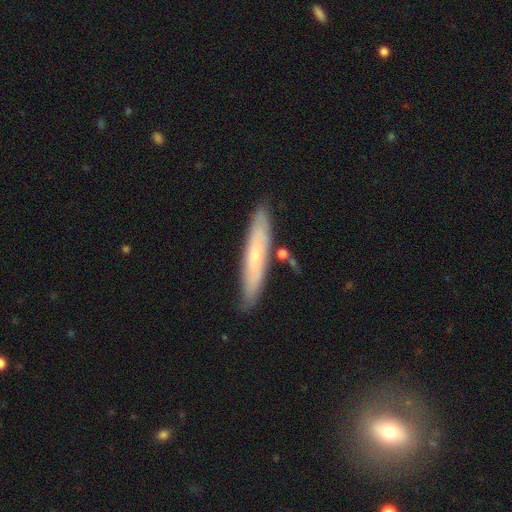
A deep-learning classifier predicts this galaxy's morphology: The model was most divided on "smooth or featured": smooth: 50%, featured or disk: 43%, star or artifact: 7%. More confident: how rounded — cigar-shaped (90%); merging — none (82%).